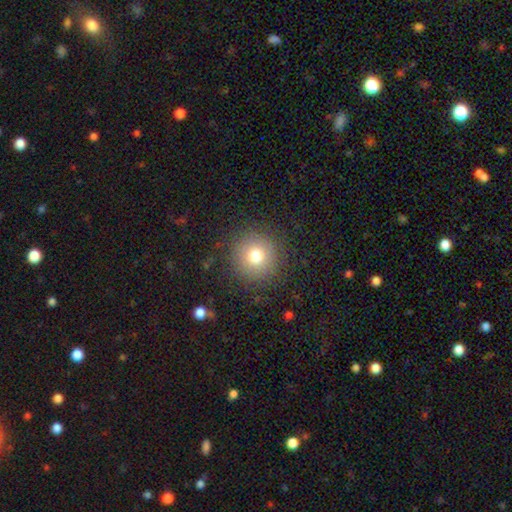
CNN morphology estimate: Q: Smooth or featured?
A: smooth (74%); runner-up: star or artifact (14%)
Q: How rounded?
A: round (95%); runner-up: in between (4%)
Q: Merging?
A: none (87%); runner-up: minor disturbance (8%)